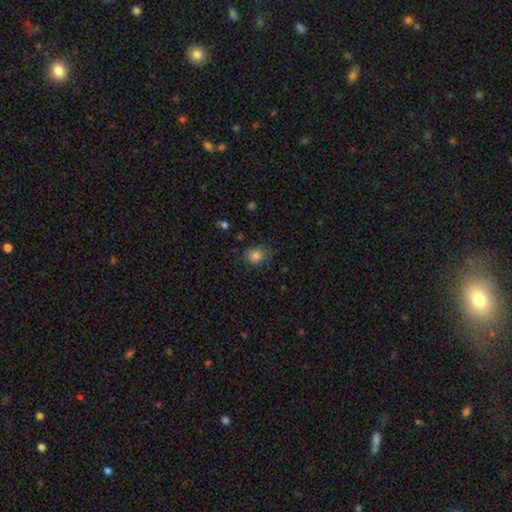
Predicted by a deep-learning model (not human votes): A smooth galaxy with no disk features (83%) that is round (57%).

Vote fractions:
- Smooth or featured? smooth: 83% / star or artifact: 11% / featured or disk: 6%
- How rounded? round: 57% / in between: 42% / cigar-shaped: 1%
- Merging? none: 74% / minor disturbance: 19% / major disturbance: 5% / merger: 2%